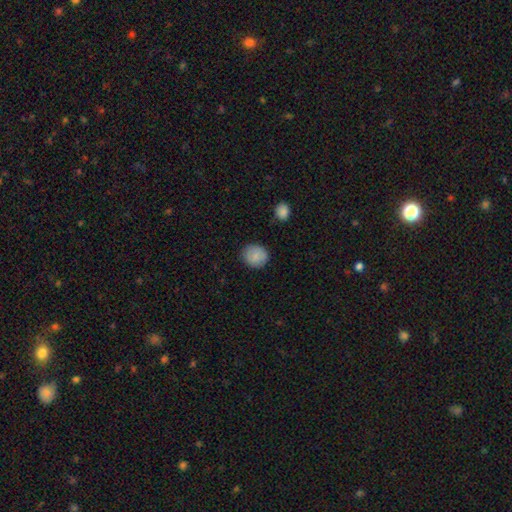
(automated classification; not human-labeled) Smooth or featured? smooth (86%)
How rounded? round (78%)
Merging? none (85%)